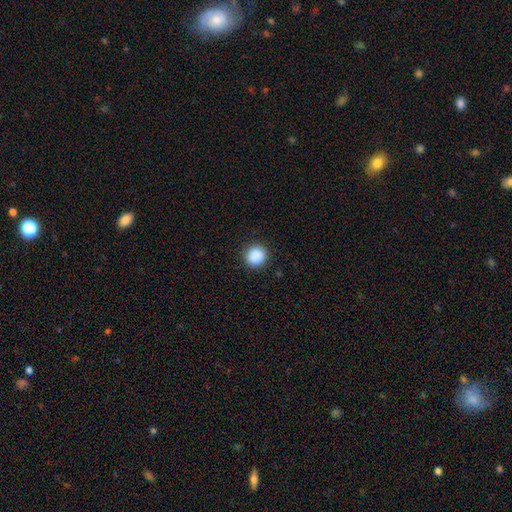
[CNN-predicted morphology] Smooth or featured?
  - smooth: 89% *
  - star or artifact: 8%
  - featured or disk: 3%
How rounded?
  - round: 91% *
  - in between: 8%
  - cigar-shaped: 1%
Merging?
  - none: 90% *
  - minor disturbance: 7%
  - major disturbance: 2%
  - merger: 1%